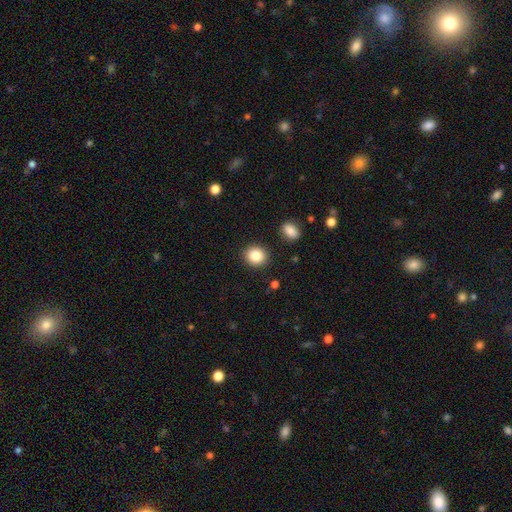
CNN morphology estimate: A smooth galaxy with no disk features (86%) that is round (79%).

Vote fractions:
- Smooth or featured? smooth: 86% / star or artifact: 9% / featured or disk: 5%
- How rounded? round: 79% / in between: 20% / cigar-shaped: 1%
- Merging? none: 89% / minor disturbance: 7% / major disturbance: 2% / merger: 2%